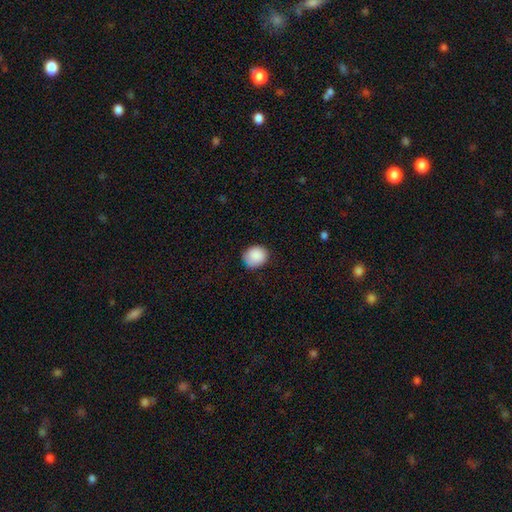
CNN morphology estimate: smooth-or-featured: smooth: 87% | star or artifact: 8% | featured or disk: 5%
  how-rounded: round: 68% | in between: 32% | cigar-shaped: 1%
  merging: none: 75% | minor disturbance: 20% | major disturbance: 4% | merger: 1%